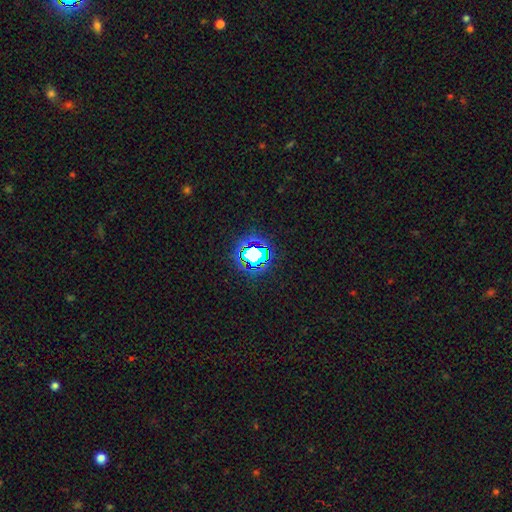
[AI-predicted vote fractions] smooth_or_featured: star or artifact (p=0.62) [alt: smooth p=0.25]